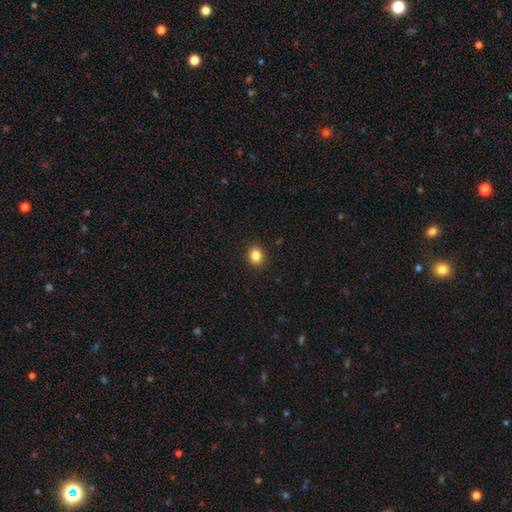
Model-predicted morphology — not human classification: smooth 85%, star or artifact 10%, featured or disk 5%. Down the decision tree: how rounded — round (61%); merging — none (90%).